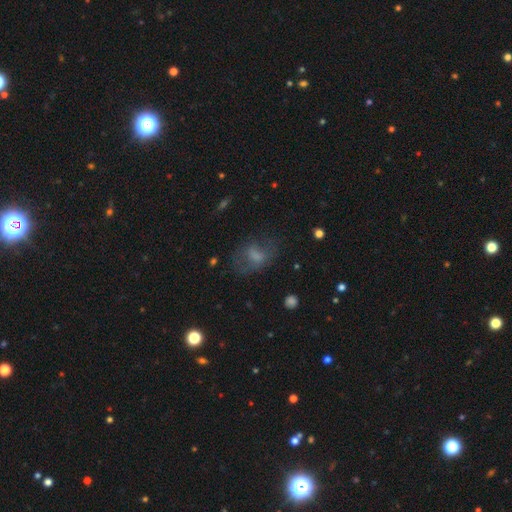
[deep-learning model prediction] Morphology: type=smooth (55%); roundness=in between (73%); merging=none (45%).